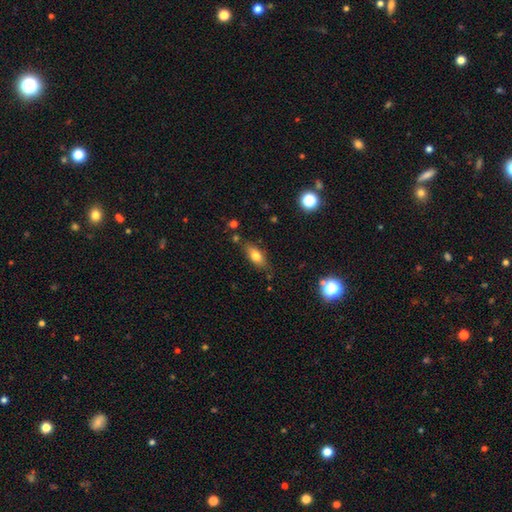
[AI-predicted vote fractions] Smooth or featured? smooth (72%)
How rounded? in between (76%)
Merging? none (76%)